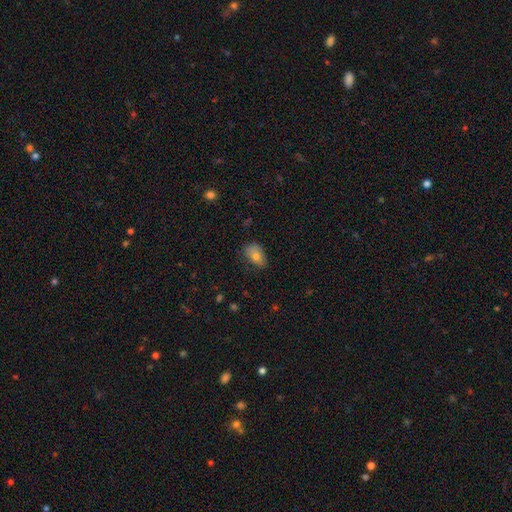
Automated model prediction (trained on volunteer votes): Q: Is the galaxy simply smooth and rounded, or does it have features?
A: smooth — 75%.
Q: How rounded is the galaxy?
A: in between — 86%.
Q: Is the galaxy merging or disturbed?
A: none — 67%.